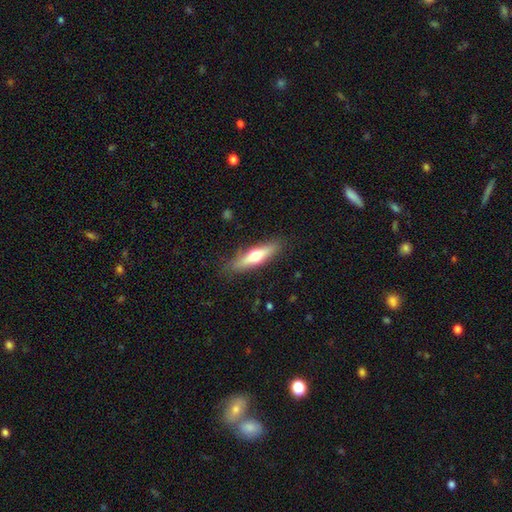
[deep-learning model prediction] A smooth galaxy with no disk features (53%) that is cigar-shaped (71%).

Vote fractions:
- Smooth or featured? smooth: 53% / featured or disk: 41% / star or artifact: 6%
- How rounded? cigar-shaped: 71% / in between: 27% / round: 2%
- Merging? none: 86% / minor disturbance: 10% / major disturbance: 2% / merger: 1%